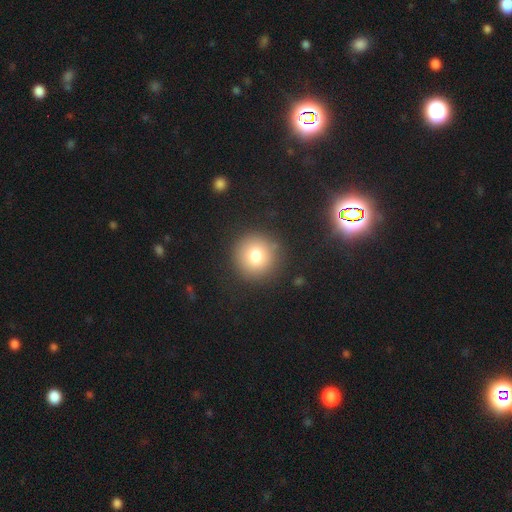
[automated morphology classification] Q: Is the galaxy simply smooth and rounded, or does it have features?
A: smooth — 77%.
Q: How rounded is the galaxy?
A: round — 94%.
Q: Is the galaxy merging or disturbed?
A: none — 88%.